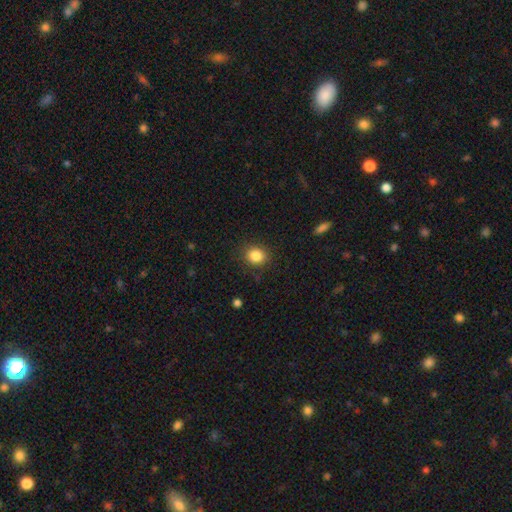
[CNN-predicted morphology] This appears to be a smooth galaxy with no disk features (85%) that is round (70%). Merging: none (88%).